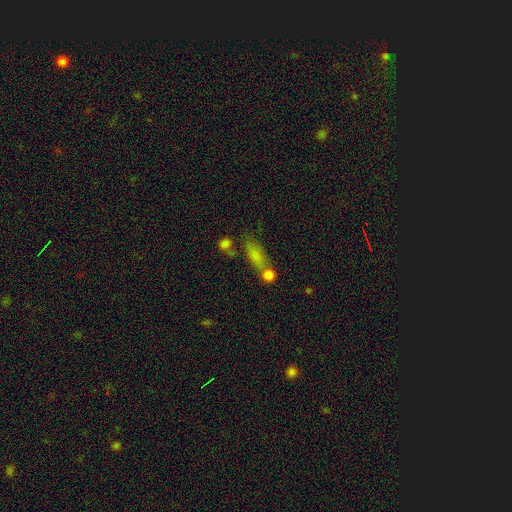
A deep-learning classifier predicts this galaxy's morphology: Overall: smooth (74%). How rounded: in between (62%; cigar-shaped 29%). Merging: none (47%; merger 29%).